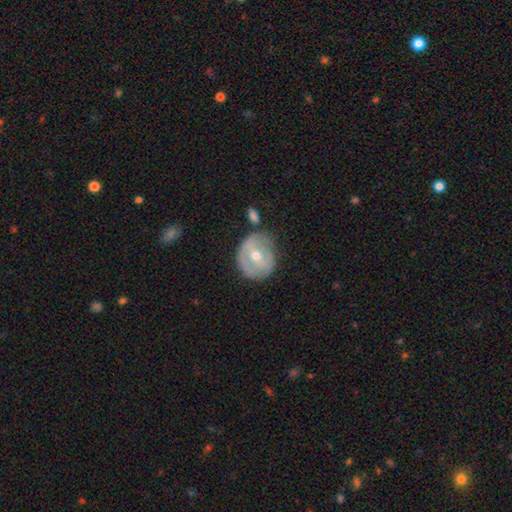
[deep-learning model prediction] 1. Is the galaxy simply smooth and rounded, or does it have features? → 61% featured or disk, 33% smooth, 6% star or artifact.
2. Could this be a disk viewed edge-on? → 95% no, 5% yes.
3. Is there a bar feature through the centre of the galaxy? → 42% weak, 34% no, 24% strong.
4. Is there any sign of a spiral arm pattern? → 56% no, 44% yes.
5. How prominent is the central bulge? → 61% moderate, 36% small, 2% large, 1% none, 1% dominant.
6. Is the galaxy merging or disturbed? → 59% none, 25% minor disturbance, 9% major disturbance, 7% merger.